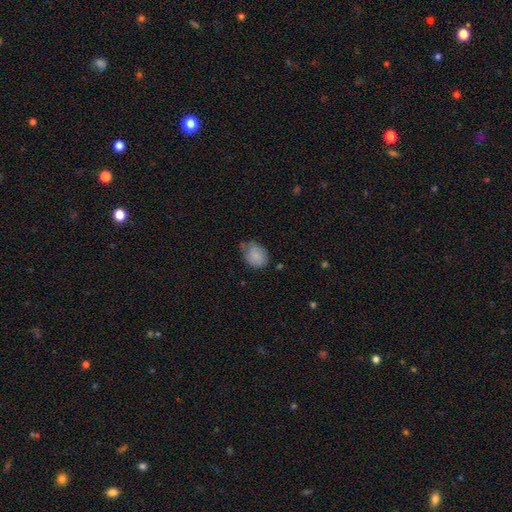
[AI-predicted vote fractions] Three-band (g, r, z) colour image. It shows a smooth galaxy with no disk features (84%) that is in between round and cigar-shaped (65%). Merging: none (55%).